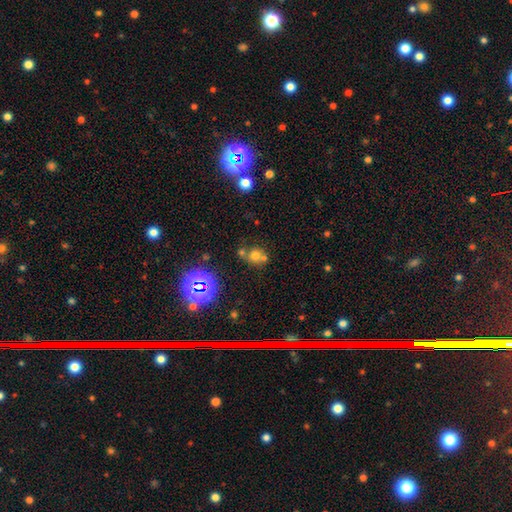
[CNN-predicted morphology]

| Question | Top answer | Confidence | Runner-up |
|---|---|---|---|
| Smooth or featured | smooth | 62% | star or artifact (24%) |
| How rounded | round | 80% | in between (19%) |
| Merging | none | 49% | merger (37%) |